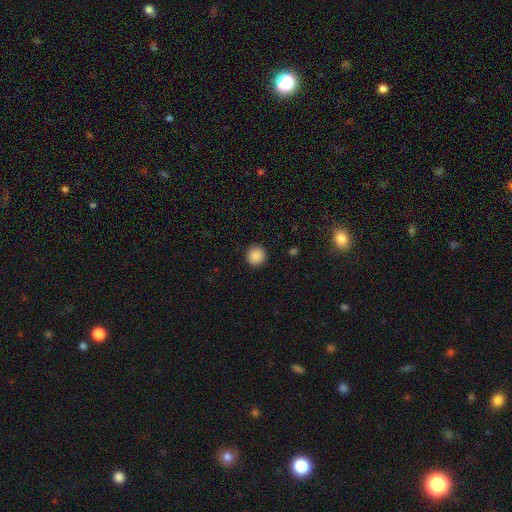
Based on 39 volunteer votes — This is clearly a smooth galaxy (90%). How rounded: clearly round (100%). Merging: clearly none (94%).